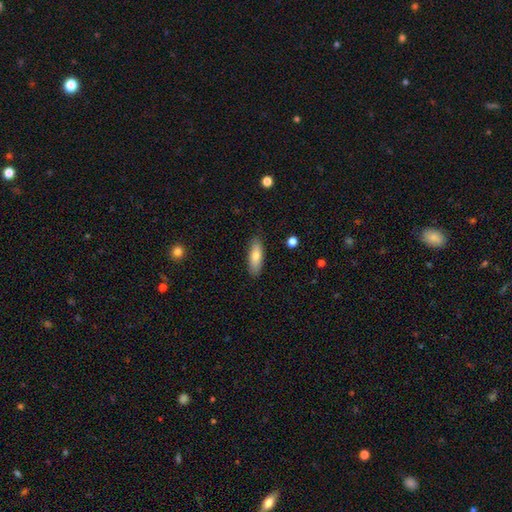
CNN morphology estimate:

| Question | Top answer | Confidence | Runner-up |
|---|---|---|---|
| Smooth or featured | smooth | 76% | featured or disk (18%) |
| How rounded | in between | 61% | cigar-shaped (36%) |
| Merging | none | 86% | minor disturbance (11%) |